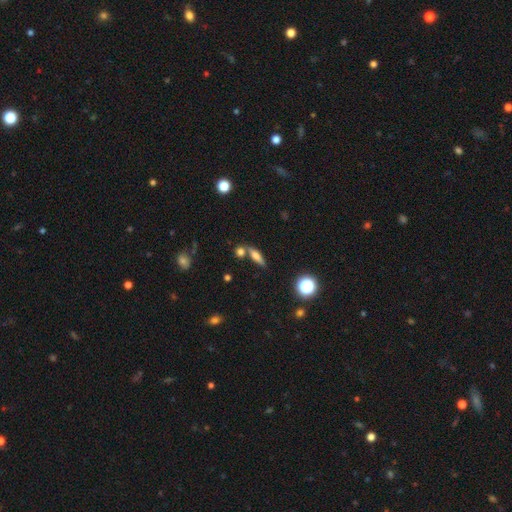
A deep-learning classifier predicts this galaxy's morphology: The model was most divided on "smooth or featured": smooth: 55%, featured or disk: 32%, star or artifact: 13%. More confident: merging — none (64%); how rounded — cigar-shaped (61%).